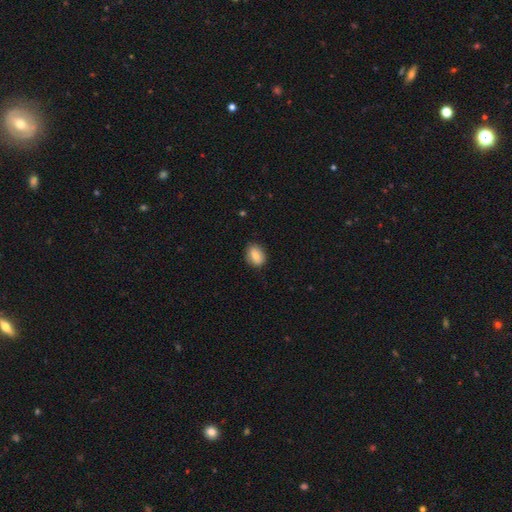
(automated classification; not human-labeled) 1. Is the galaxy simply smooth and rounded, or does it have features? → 76% smooth, 17% featured or disk, 8% star or artifact.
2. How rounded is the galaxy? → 71% in between, 28% round, 2% cigar-shaped.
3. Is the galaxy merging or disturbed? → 83% none, 13% minor disturbance, 3% major disturbance, 1% merger.